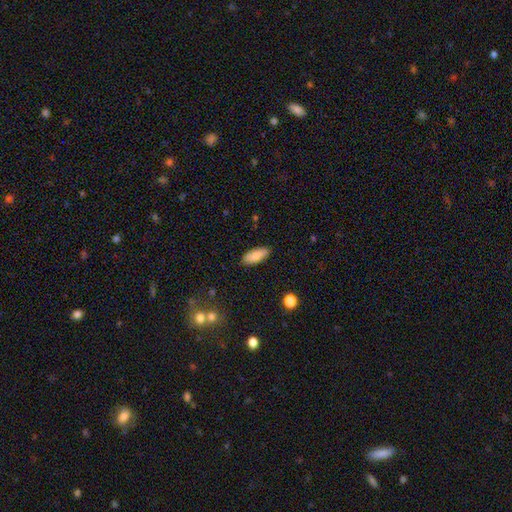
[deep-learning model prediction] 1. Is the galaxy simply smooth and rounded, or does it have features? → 84% smooth, 10% featured or disk, 6% star or artifact.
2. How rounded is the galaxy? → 79% in between, 19% cigar-shaped, 2% round.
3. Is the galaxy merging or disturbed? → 85% none, 11% minor disturbance, 2% major disturbance, 1% merger.